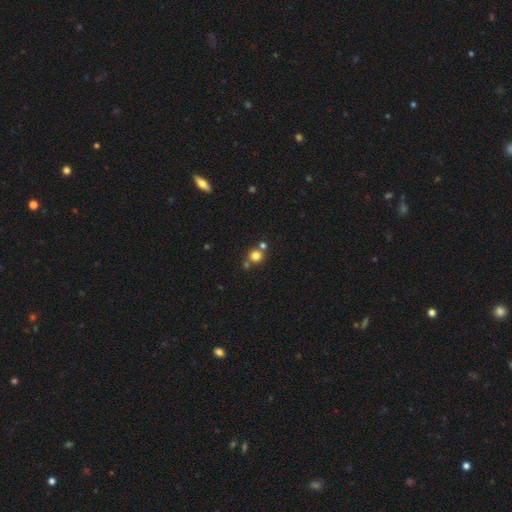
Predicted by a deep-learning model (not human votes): Smooth or featured: smooth — 78% (star or artifact — 14%)
How rounded: round — 91% (in between — 8%)
Merging: none — 67% (merger — 22%)